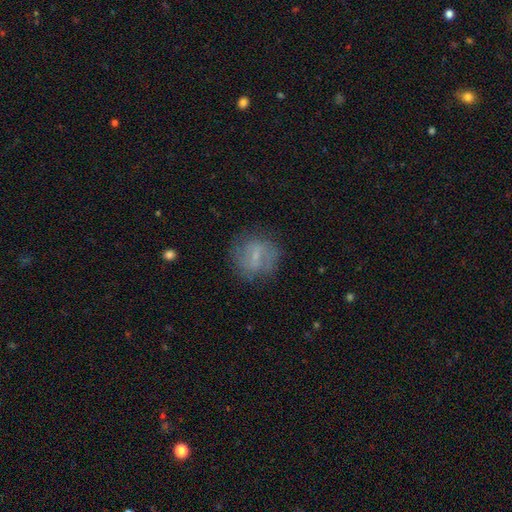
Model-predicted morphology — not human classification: Smooth or featured? Predicted: featured or disk (p=0.48). Merging? Predicted: none (p=0.73).